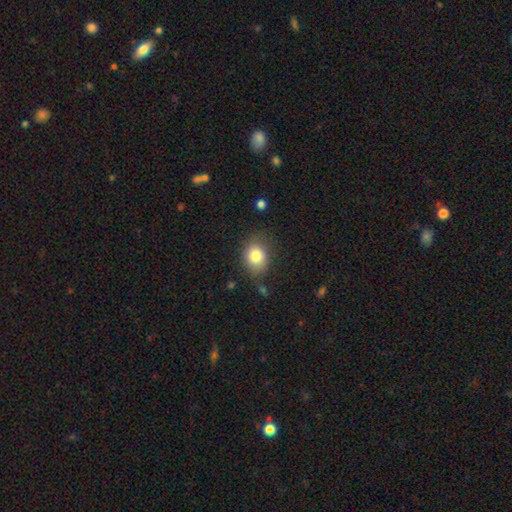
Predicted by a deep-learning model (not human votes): Overall: smooth (81%). How rounded: round (51%; in between 48%). Merging: none (73%).